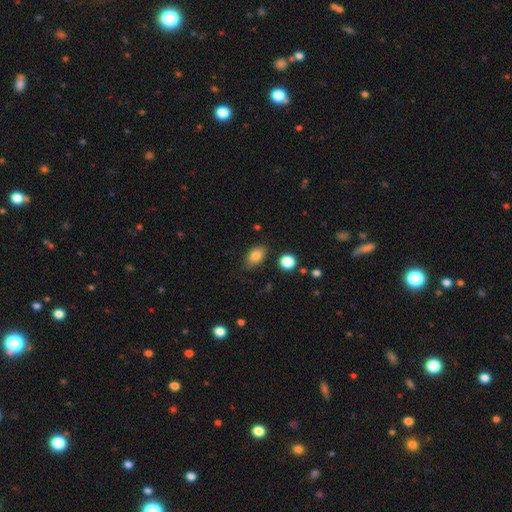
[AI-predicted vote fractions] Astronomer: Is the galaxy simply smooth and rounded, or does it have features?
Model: smooth — 82%.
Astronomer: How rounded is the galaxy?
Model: in between — 86%.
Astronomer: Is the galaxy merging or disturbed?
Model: none — 82%.